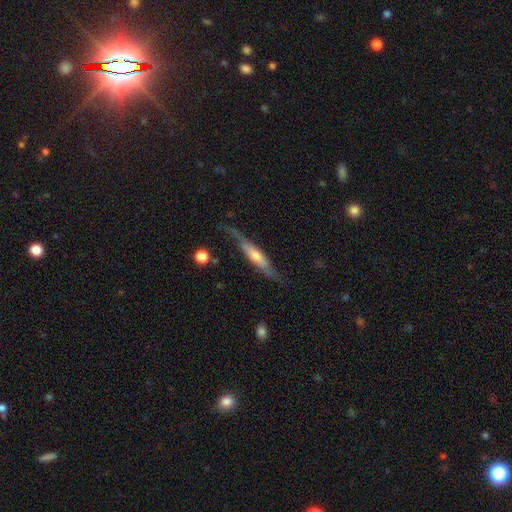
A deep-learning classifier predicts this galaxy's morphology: The model was most divided on "smooth or featured": featured or disk: 67%, smooth: 27%, star or artifact: 6%. More confident: edge-on disk — yes (74%); merging — none (63%).